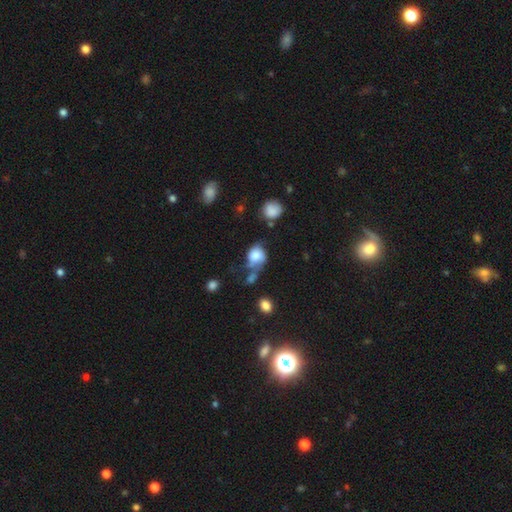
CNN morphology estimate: The model was most divided on "merging": major disturbance: 27%, none: 25%, merger: 24%, minor disturbance: 23%. More confident: smooth or featured — smooth (69%); how rounded — round (55%).